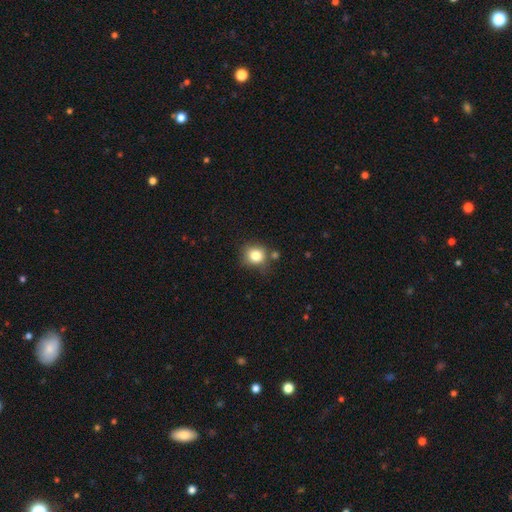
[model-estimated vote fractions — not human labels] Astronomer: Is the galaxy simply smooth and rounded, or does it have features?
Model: smooth — 81%.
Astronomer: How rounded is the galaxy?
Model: round — 78%.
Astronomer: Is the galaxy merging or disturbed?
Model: none — 67%.